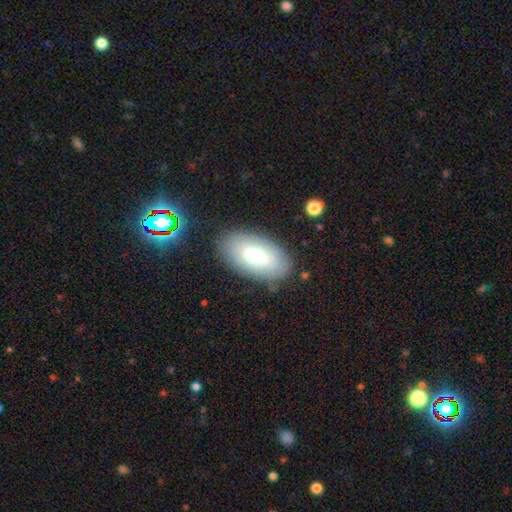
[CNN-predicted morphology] type=smooth (66%); roundness=in between (93%); merging=none (82%).